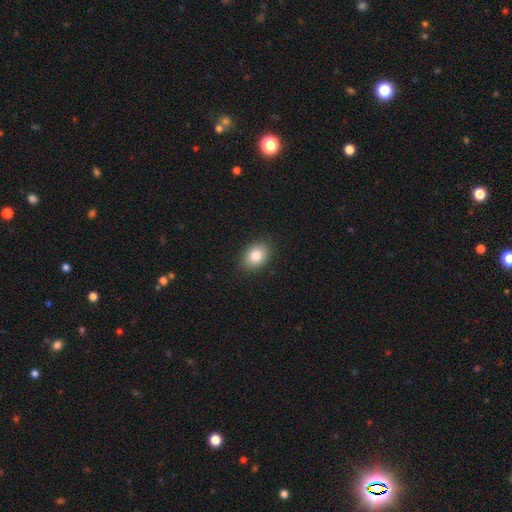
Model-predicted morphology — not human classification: The model was most divided on "how rounded": in between: 68%, round: 31%, cigar-shaped: 1%. More confident: merging — none (89%); smooth or featured — smooth (83%).